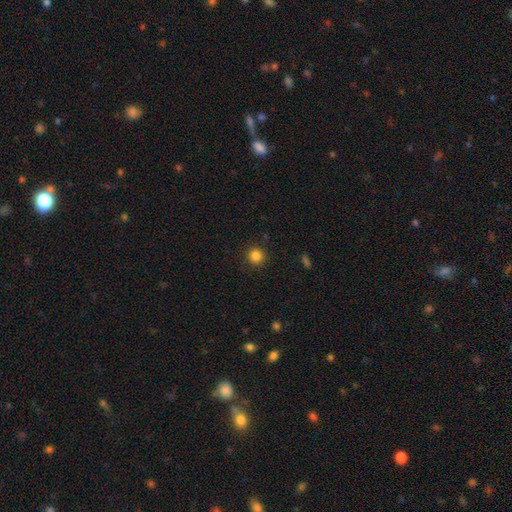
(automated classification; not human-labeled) A smooth galaxy with no disk features (84%) that is round (94%). Merging: none (91%).